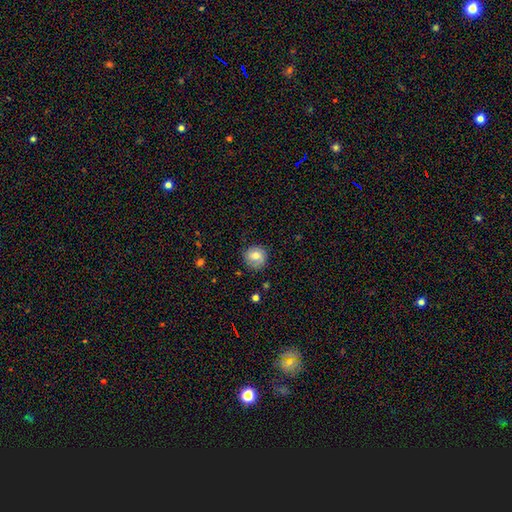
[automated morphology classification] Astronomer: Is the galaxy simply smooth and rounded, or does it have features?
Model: smooth — 74%.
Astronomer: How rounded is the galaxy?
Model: round — 88%.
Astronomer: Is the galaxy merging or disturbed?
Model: none — 78%.